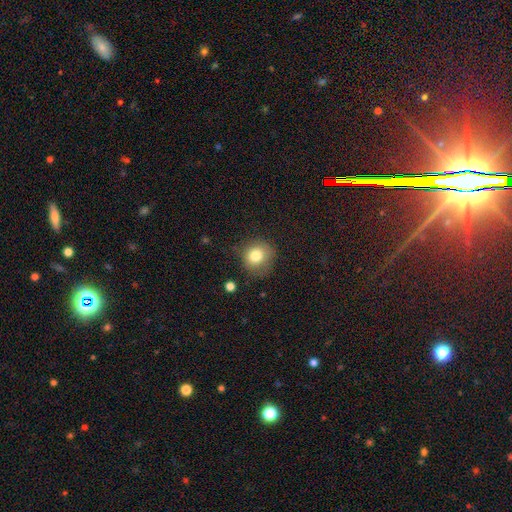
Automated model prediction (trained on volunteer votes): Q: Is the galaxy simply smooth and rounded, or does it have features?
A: smooth — 79%.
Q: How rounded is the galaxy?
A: round — 84%.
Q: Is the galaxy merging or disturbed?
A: none — 71%.